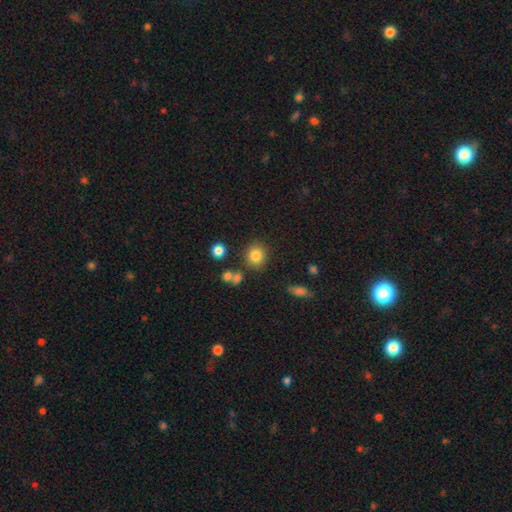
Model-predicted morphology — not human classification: smooth_or_featured: smooth (p=0.82) [alt: star or artifact p=0.11]
how_rounded: round (p=0.81) [alt: in between p=0.18]
merging: none (p=0.80) [alt: minor disturbance p=0.10]